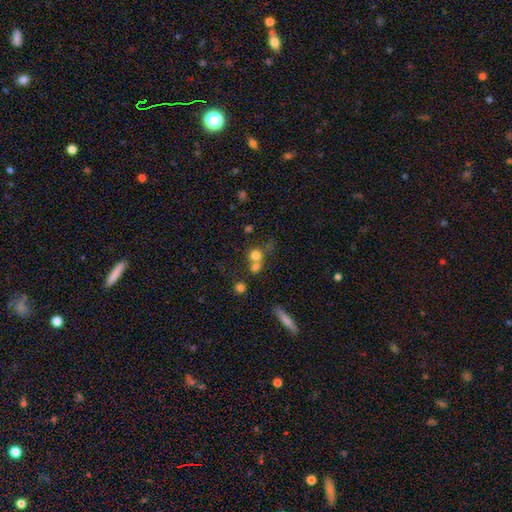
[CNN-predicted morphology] Overall: smooth (73%). How rounded: round (84%). Merging: merger (52%; none 36%).